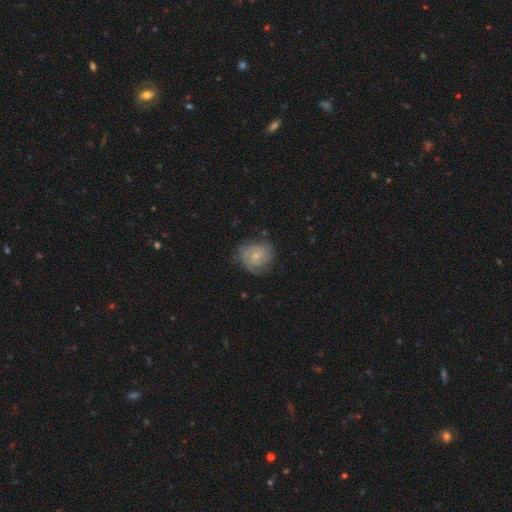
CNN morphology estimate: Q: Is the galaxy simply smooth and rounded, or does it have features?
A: featured or disk — 67%.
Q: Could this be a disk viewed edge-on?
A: no — 98%.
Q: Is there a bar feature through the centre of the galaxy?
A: no — 72%.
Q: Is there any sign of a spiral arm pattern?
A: yes — 91%.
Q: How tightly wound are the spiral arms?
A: tight — 64%.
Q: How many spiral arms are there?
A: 2 — 35%.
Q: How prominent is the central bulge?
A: small — 65%.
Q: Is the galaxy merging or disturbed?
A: none — 67%.